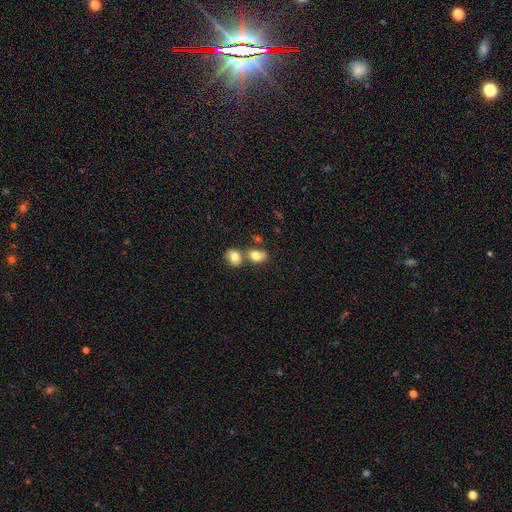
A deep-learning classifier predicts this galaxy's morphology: Overall: smooth (79%). How rounded: in between (64%; round 34%). Merging: merger (45%; none 40%).